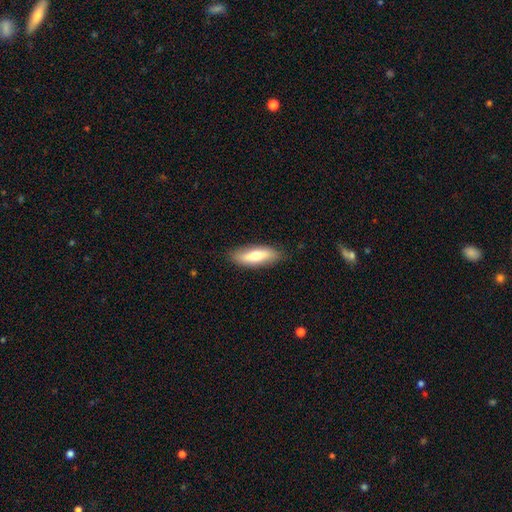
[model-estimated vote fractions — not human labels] Q: Smooth or featured?
A: smooth (65%); runner-up: featured or disk (29%)
Q: How rounded?
A: in between (56%); runner-up: cigar-shaped (42%)
Q: Merging?
A: none (85%); runner-up: minor disturbance (12%)